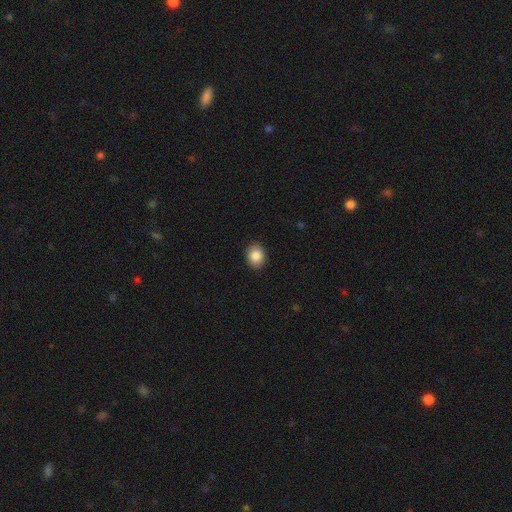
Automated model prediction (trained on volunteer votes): Smooth or featured: smooth — 87% (star or artifact — 8%)
How rounded: round — 51% (in between — 48%)
Merging: none — 89% (minor disturbance — 8%)